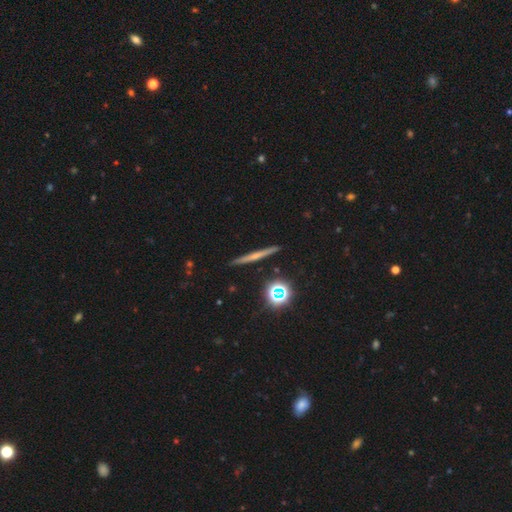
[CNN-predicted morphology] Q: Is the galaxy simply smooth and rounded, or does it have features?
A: featured or disk — 50%.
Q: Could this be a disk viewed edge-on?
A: yes — 97%.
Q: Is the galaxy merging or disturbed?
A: none — 91%.